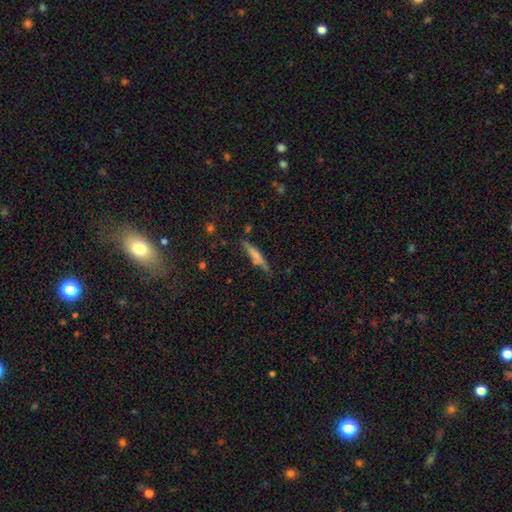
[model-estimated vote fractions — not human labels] smooth_or_featured: smooth (p=0.56) [alt: featured or disk p=0.36]
how_rounded: cigar-shaped (p=0.89) [alt: in between p=0.09]
merging: none (p=0.75) [alt: minor disturbance p=0.16]